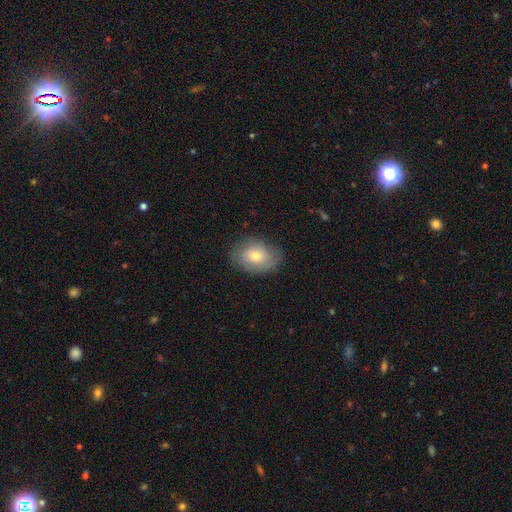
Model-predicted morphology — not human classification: Overall: smooth (58%; featured or disk 34%). How rounded: in between (71%). Merging: none (77%).